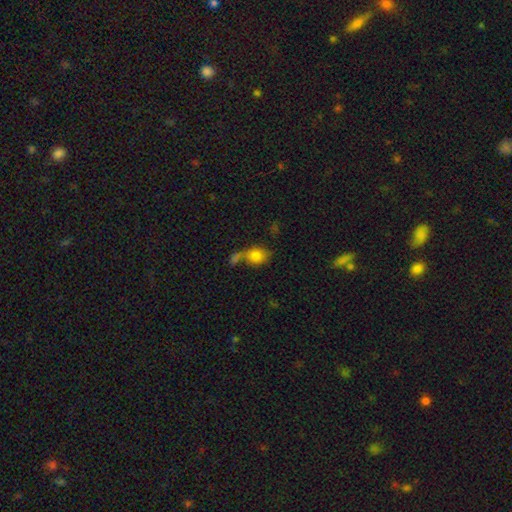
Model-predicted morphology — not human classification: Q: Smooth or featured?
A: smooth (77%); runner-up: featured or disk (13%)
Q: How rounded?
A: in between (58%); runner-up: round (40%)
Q: Merging?
A: merger (38%); runner-up: none (36%)